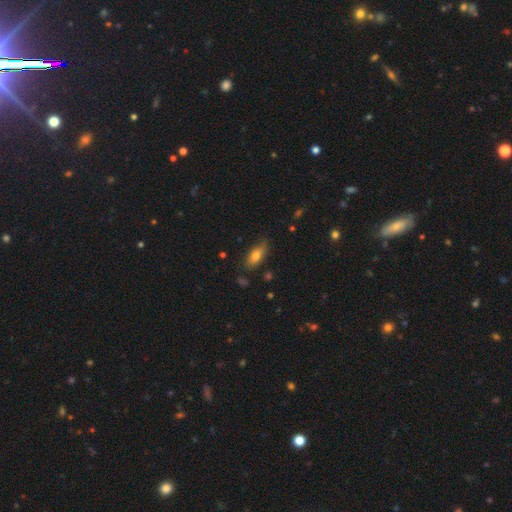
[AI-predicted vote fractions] Q: Smooth or featured?
A: smooth (74%); runner-up: featured or disk (18%)
Q: How rounded?
A: in between (78%); runner-up: cigar-shaped (18%)
Q: Merging?
A: none (74%); runner-up: minor disturbance (20%)